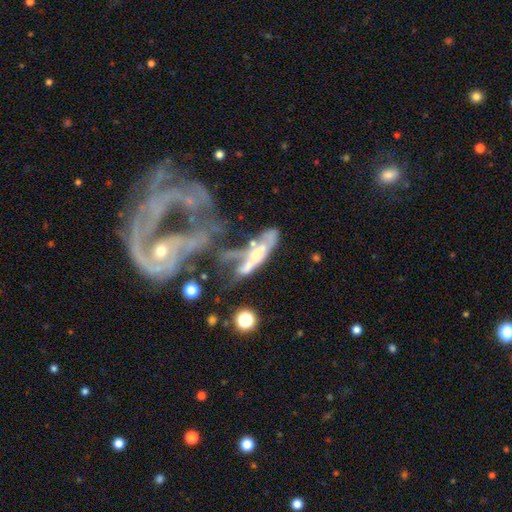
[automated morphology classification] Smooth or featured? featured or disk (59%)
Edge-on disk? no (69%)
Merging? merger (49%)